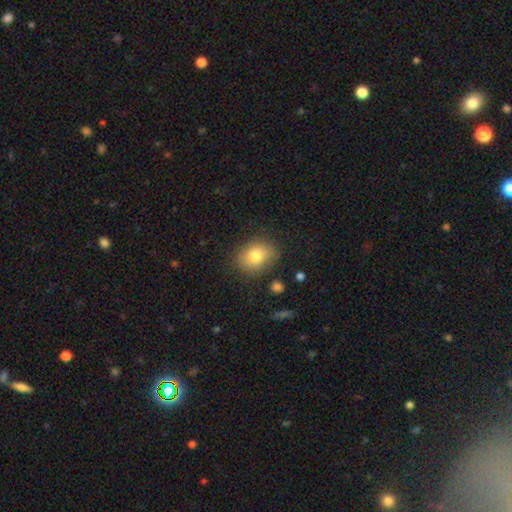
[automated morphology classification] Smooth or featured: smooth — 79% (featured or disk — 11%)
How rounded: in between — 58% (round — 41%)
Merging: none — 82% (minor disturbance — 13%)